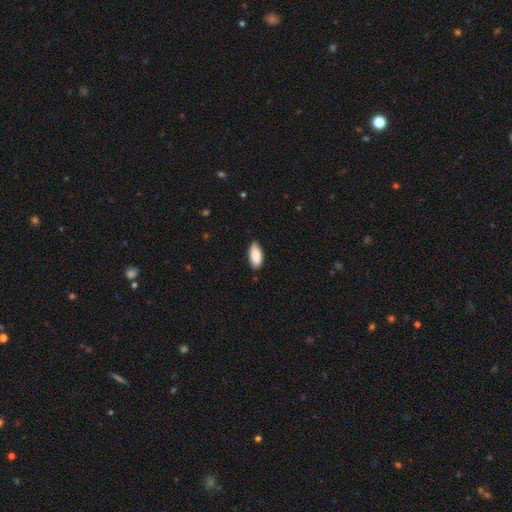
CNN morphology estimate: The model was most divided on "merging": none: 78%, minor disturbance: 18%, major disturbance: 2%, merger: 1%. More confident: how rounded — in between (91%); smooth or featured — smooth (87%).